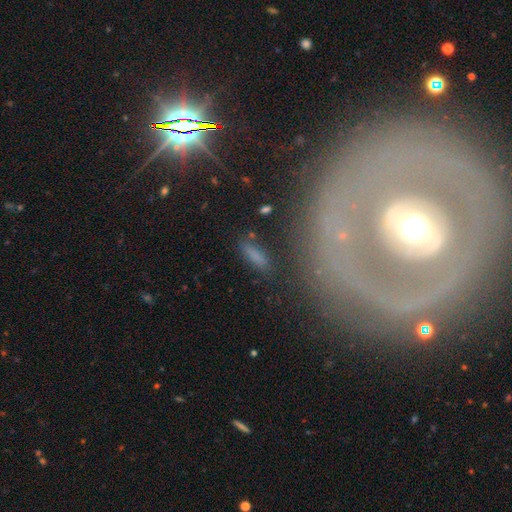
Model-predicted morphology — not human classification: This is likely a smooth galaxy (64%). How rounded: possibly in between (50%). Merging: clearly none (82%).